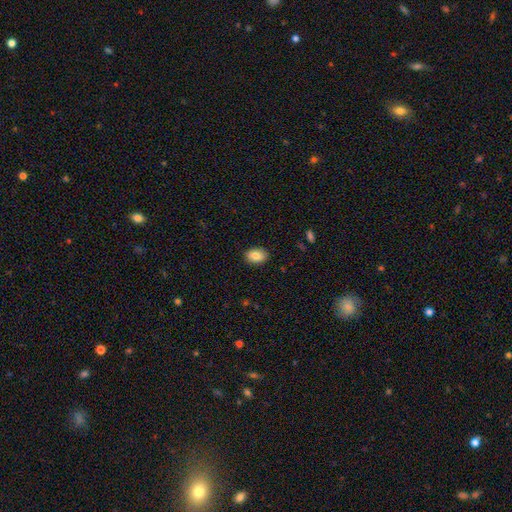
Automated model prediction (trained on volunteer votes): Overall: smooth (86%). How rounded: in between (81%). Merging: none (88%).